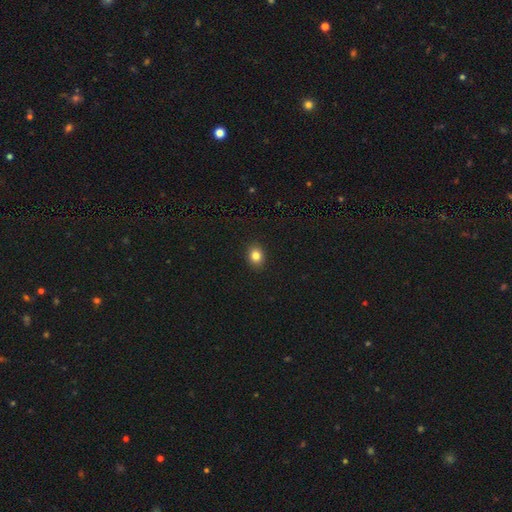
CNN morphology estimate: Smooth or featured? Predicted: smooth (p=0.84). How rounded? Predicted: round (p=0.51). Merging? Predicted: none (p=0.91).